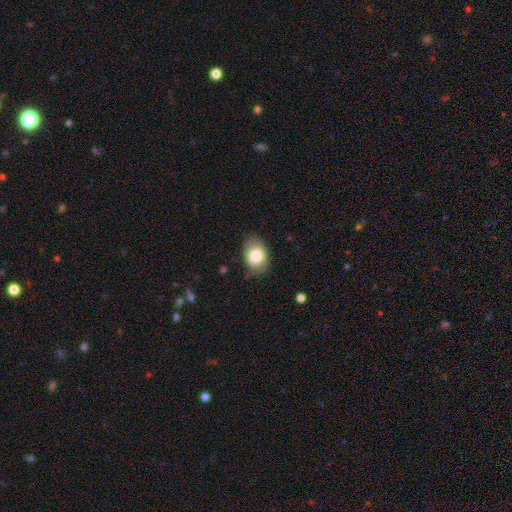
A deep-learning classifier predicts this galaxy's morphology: A smooth galaxy with no disk features (82%) that is in between round and cigar-shaped (80%). Merging: none (77%).